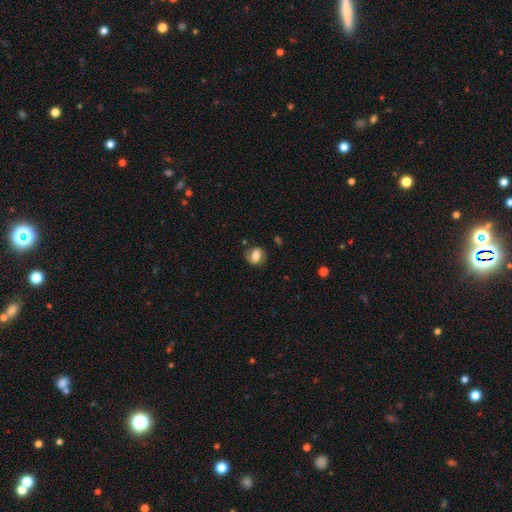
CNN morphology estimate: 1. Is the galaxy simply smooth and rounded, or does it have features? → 62% smooth, 29% featured or disk, 9% star or artifact.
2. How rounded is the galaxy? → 55% in between, 44% round, 2% cigar-shaped.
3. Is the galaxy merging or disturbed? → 72% none, 18% minor disturbance, 7% major disturbance, 3% merger.